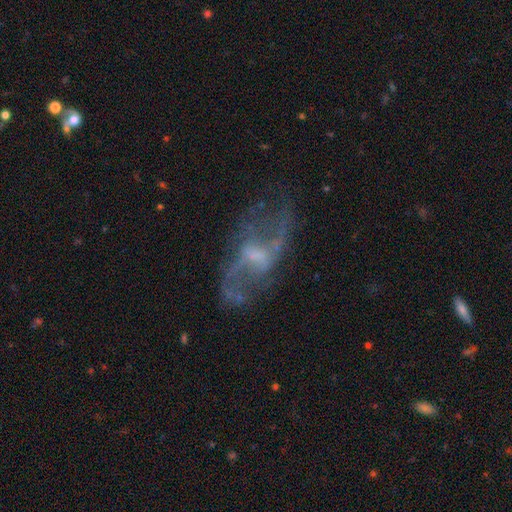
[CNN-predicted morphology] smooth_or_featured: featured or disk (p=0.79) [alt: smooth p=0.12]
disk_edge_on: no (p=0.94) [alt: yes p=0.06]
bar: weak (p=0.50) [alt: no p=0.31]
has_spiral_arms: yes (p=0.75) [alt: no p=0.25]
spiral_winding: loose (p=0.66) [alt: medium p=0.27]
spiral_arm_count: 2 (p=0.78) [alt: can't tell p=0.12]
bulge_size: small (p=0.41) [alt: moderate p=0.28]
merging: none (p=0.53) [alt: major disturbance p=0.25]